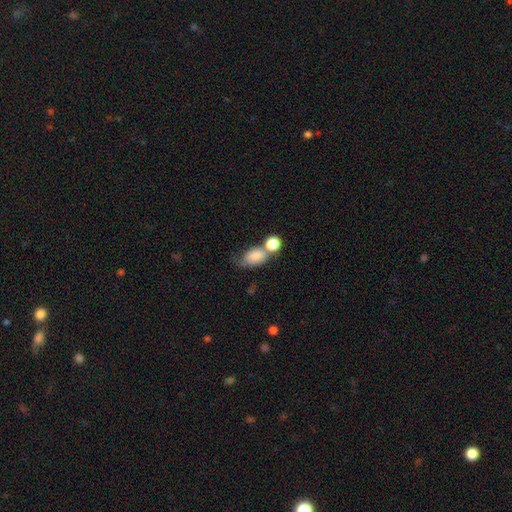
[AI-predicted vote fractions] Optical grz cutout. It shows a smooth galaxy with no disk features (79%) that is in between round and cigar-shaped (80%). Merging: merger (49%).